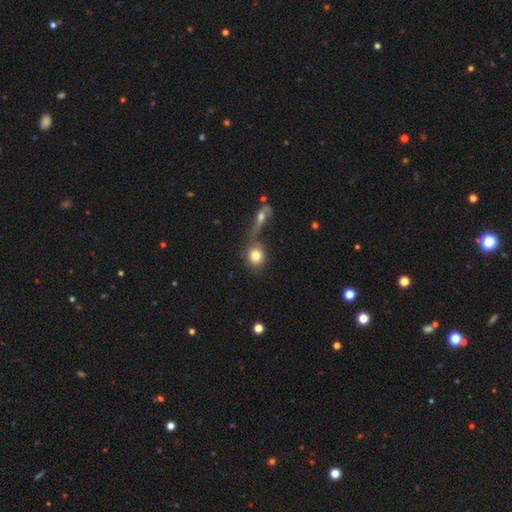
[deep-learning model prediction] Q: Smooth or featured?
A: smooth (80%); runner-up: featured or disk (11%)
Q: How rounded?
A: round (77%); runner-up: in between (21%)
Q: Merging?
A: none (54%); runner-up: merger (28%)